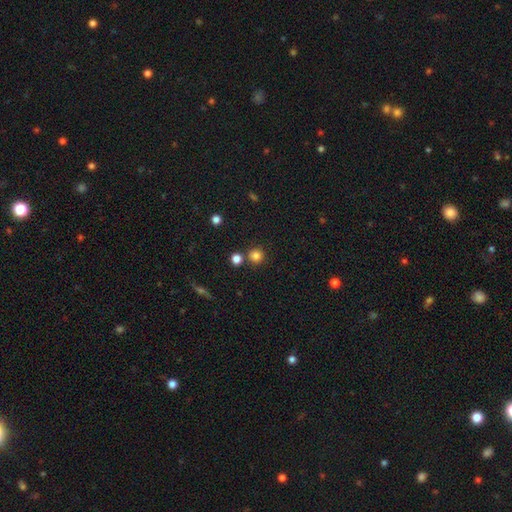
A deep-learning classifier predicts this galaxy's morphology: smooth 82%, star or artifact 13%, featured or disk 5%. Down the decision tree: how rounded — round (93%); merging — none (80%).